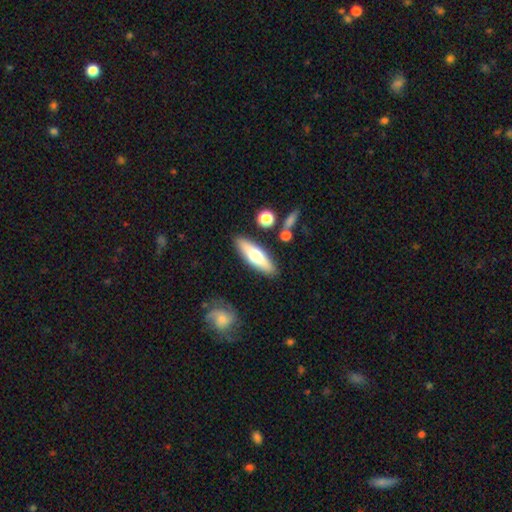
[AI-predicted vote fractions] Smooth or featured: smooth — 56% (featured or disk — 38%)
How rounded: cigar-shaped — 56% (in between — 42%)
Merging: none — 85% (minor disturbance — 10%)